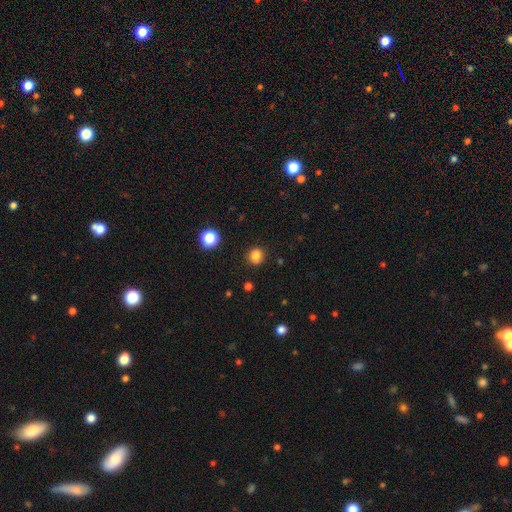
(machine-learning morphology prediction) Overall: smooth (83%). How rounded: round (89%). Merging: none (88%).